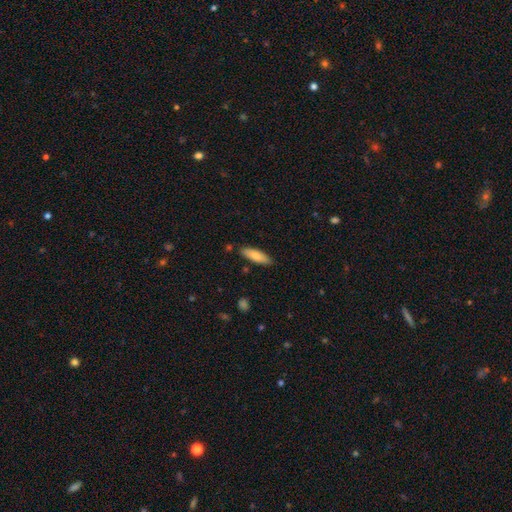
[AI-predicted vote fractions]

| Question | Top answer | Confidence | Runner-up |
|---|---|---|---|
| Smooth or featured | smooth | 80% | featured or disk (14%) |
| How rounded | cigar-shaped | 52% | in between (46%) |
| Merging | none | 85% | minor disturbance (11%) |